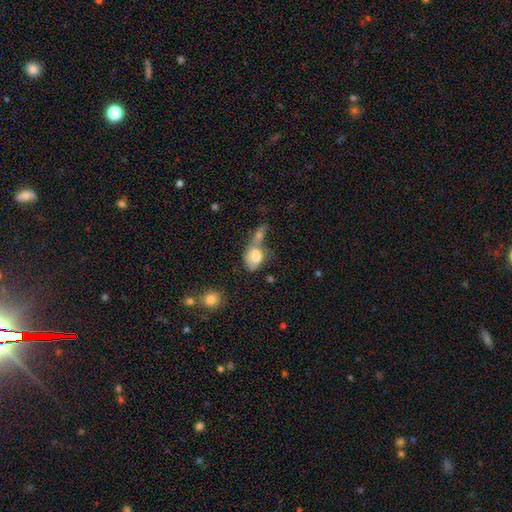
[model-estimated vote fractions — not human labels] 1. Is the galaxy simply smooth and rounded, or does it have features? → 69% smooth, 23% featured or disk, 9% star or artifact.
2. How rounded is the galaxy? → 78% in between, 20% round, 2% cigar-shaped.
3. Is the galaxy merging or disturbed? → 53% merger, 18% major disturbance, 17% none, 12% minor disturbance.